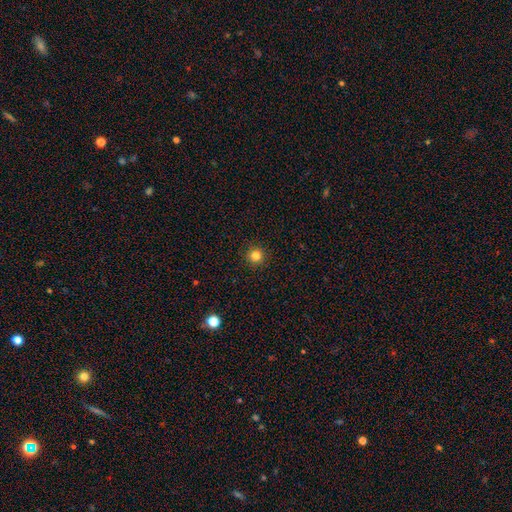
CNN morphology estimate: Smooth or featured? smooth (82%)
How rounded? round (95%)
Merging? none (93%)